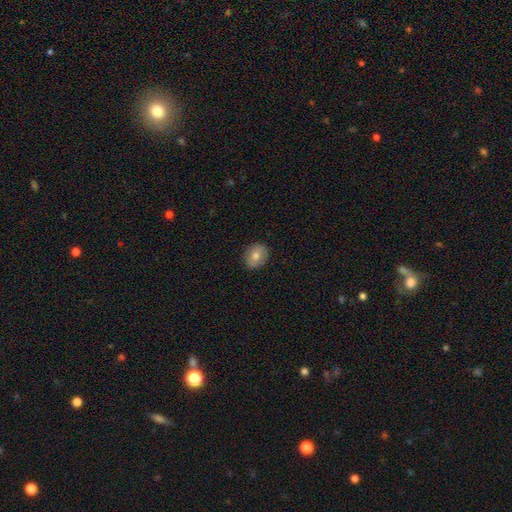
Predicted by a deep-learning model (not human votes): The model was most divided on "how rounded": round: 58%, in between: 41%, cigar-shaped: 1%. More confident: merging — none (88%); smooth or featured — smooth (72%).